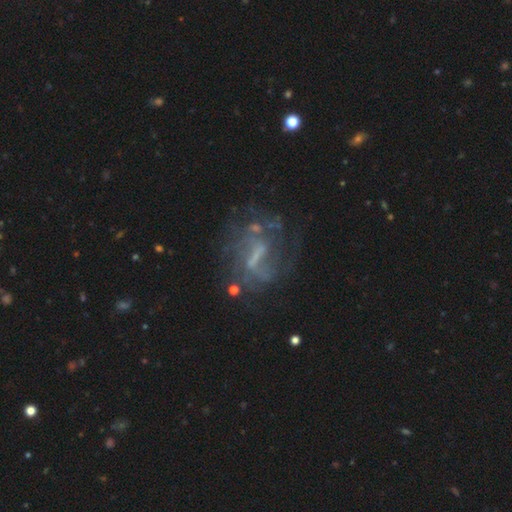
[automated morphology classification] Overall: featured or disk (68%). Edge-on disk: no (91%). Bar: weak (37%; strong 35%). Spiral arms: yes (56%; no 44%). Bulge size: none (49%; small 27%). Merging: none (55%; major disturbance 22%).